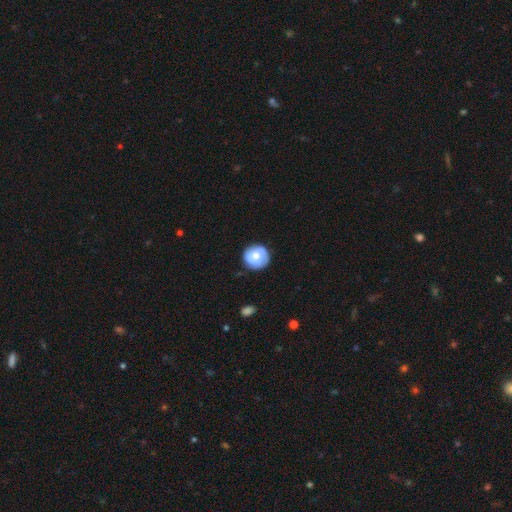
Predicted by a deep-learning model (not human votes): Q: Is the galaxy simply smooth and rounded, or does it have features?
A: smooth — 59%.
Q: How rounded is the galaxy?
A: round — 91%.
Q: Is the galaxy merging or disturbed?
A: none — 78%.